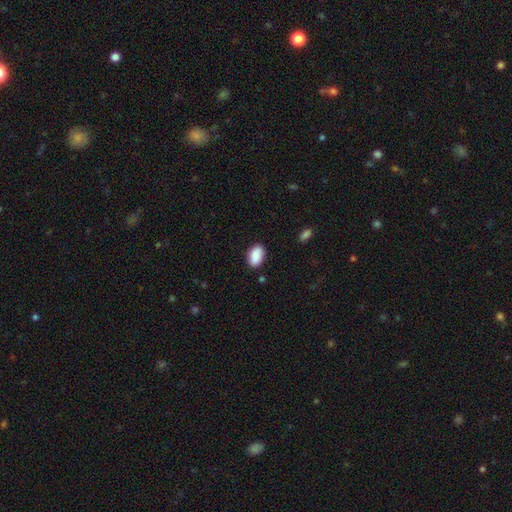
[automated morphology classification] Smooth or featured? Predicted: smooth (p=0.89). How rounded? Predicted: in between (p=0.92). Merging? Predicted: none (p=0.84).